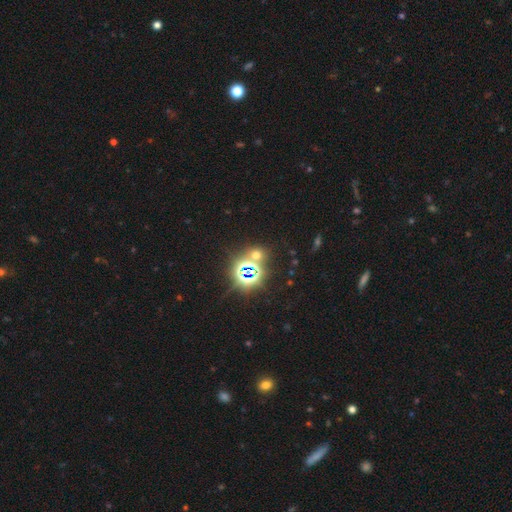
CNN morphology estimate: Overall: star or artifact (59%; smooth 34%).